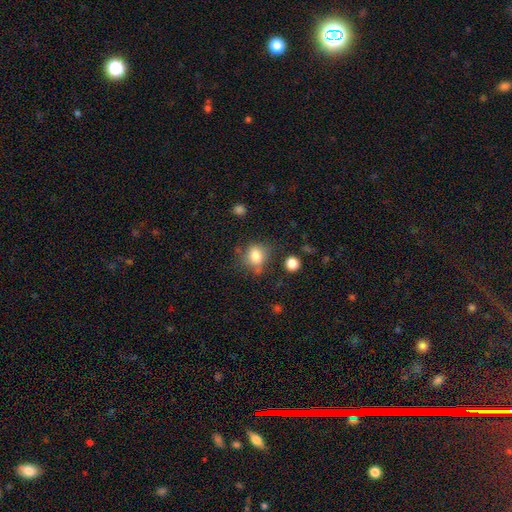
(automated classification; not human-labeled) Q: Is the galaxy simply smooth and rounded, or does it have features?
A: smooth — 81%.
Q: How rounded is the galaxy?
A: round — 60%.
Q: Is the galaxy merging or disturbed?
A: none — 64%.